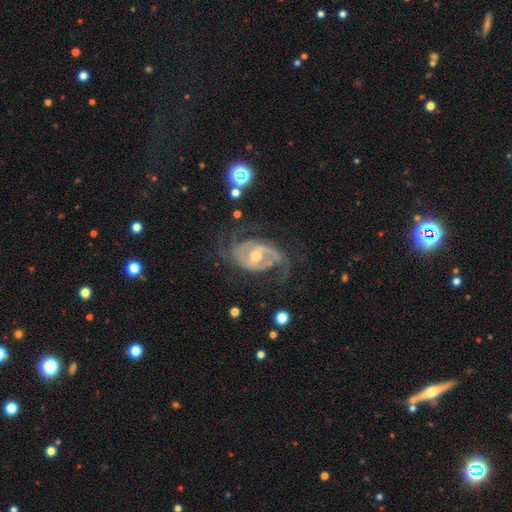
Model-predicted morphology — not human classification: Q: Smooth or featured?
A: featured or disk (89%); runner-up: star or artifact (6%)
Q: Edge-on disk?
A: no (97%); runner-up: yes (3%)
Q: Bar?
A: weak (46%); runner-up: no (33%)
Q: Spiral arms?
A: yes (96%); runner-up: no (4%)
Q: Spiral winding?
A: medium (45%); runner-up: tight (36%)
Q: Spiral arm count?
A: 2 (60%); runner-up: can't tell (14%)
Q: Bulge size?
A: moderate (62%); runner-up: small (33%)
Q: Merging?
A: none (63%); runner-up: minor disturbance (18%)